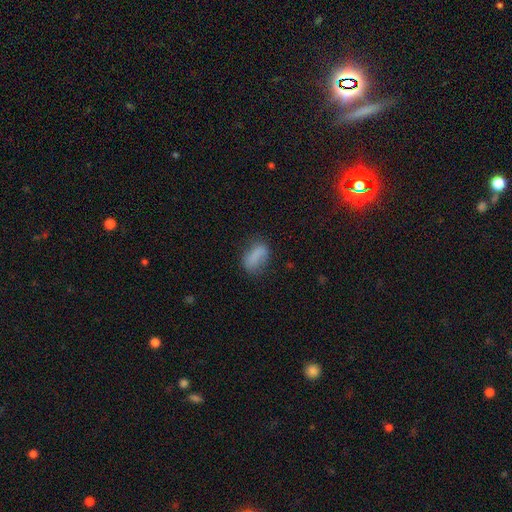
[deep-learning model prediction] Smooth or featured?
  - smooth: 75% *
  - featured or disk: 14%
  - star or artifact: 10%
How rounded?
  - in between: 86% *
  - round: 9%
  - cigar-shaped: 5%
Merging?
  - none: 54% *
  - minor disturbance: 28%
  - major disturbance: 14%
  - merger: 4%